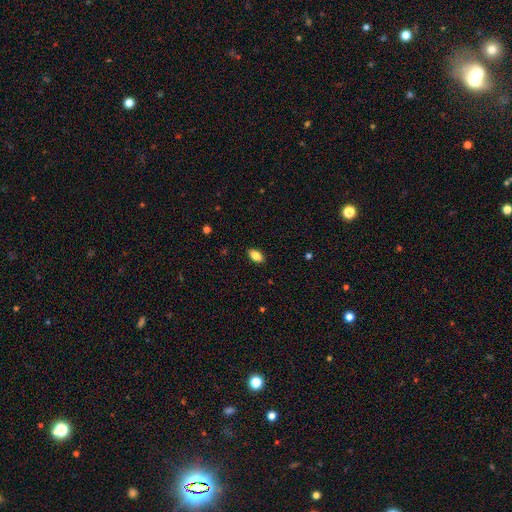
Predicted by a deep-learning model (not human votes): Smooth or featured? smooth (83%)
How rounded? in between (91%)
Merging? none (89%)